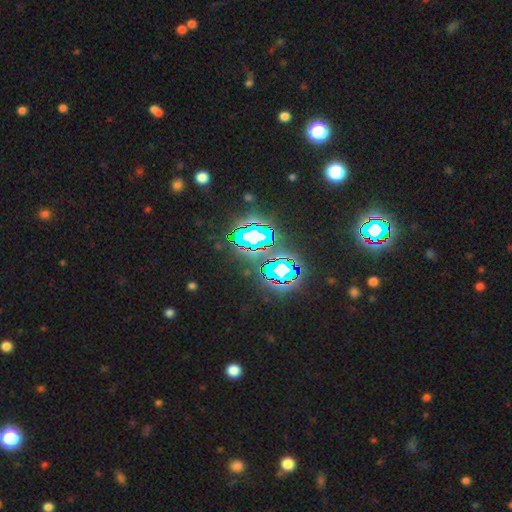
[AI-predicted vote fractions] star or artifact 82%, smooth 11%, featured or disk 7%.